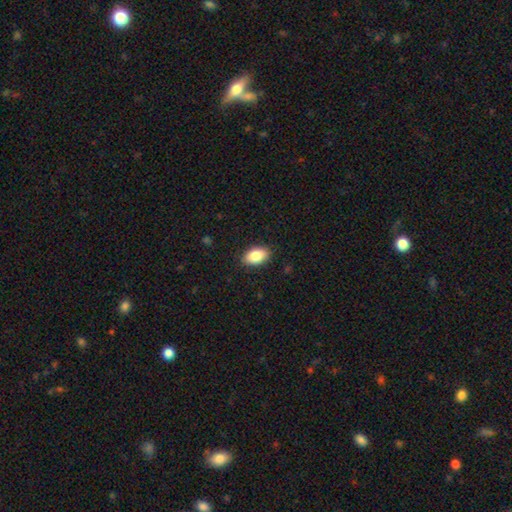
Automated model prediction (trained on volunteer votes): Smooth or featured? Predicted: smooth (p=0.86). How rounded? Predicted: in between (p=0.92). Merging? Predicted: none (p=0.88).